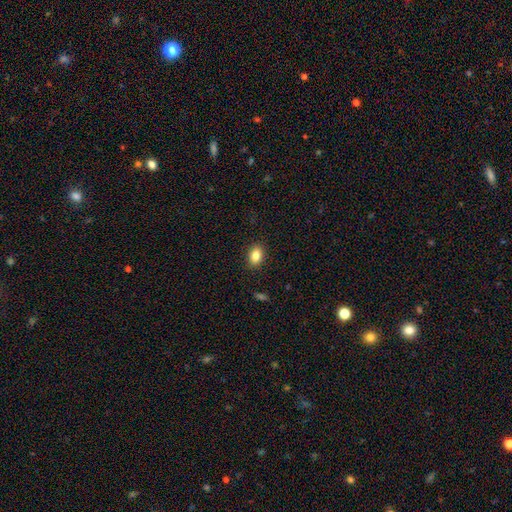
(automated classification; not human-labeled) Smooth or featured?
  - smooth: 85% *
  - star or artifact: 9%
  - featured or disk: 6%
How rounded?
  - in between: 77% *
  - round: 22%
  - cigar-shaped: 1%
Merging?
  - none: 89% *
  - minor disturbance: 8%
  - major disturbance: 2%
  - merger: 1%